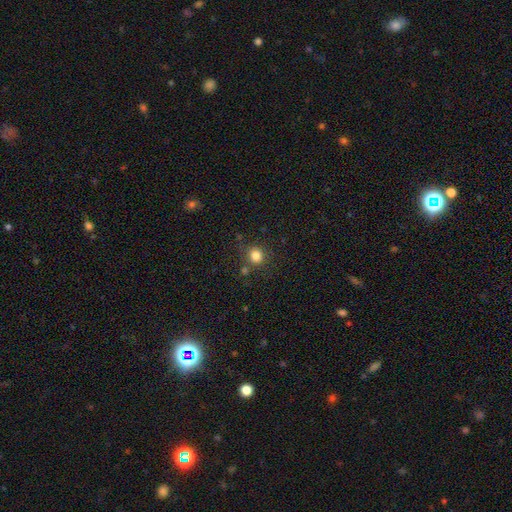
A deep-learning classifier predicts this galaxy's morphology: smooth-or-featured: smooth: 82% | star or artifact: 13% | featured or disk: 5%
  how-rounded: round: 83% | in between: 16% | cigar-shaped: 1%
  merging: none: 78% | minor disturbance: 10% | merger: 8% | major disturbance: 4%